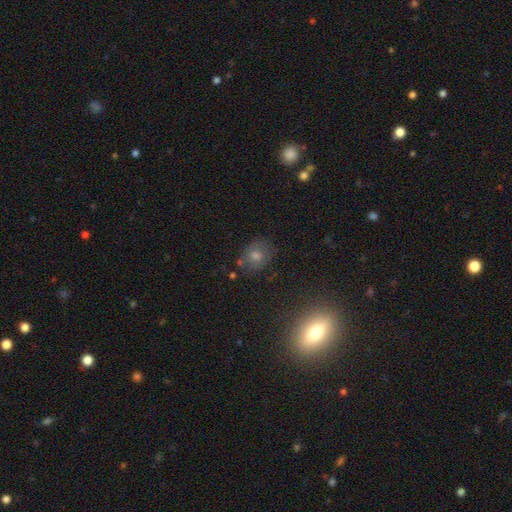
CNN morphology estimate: smooth-or-featured: smooth: 58% | star or artifact: 24% | featured or disk: 18%
  how-rounded: round: 67% | in between: 32% | cigar-shaped: 2%
  merging: none: 78% | minor disturbance: 14% | major disturbance: 5% | merger: 3%